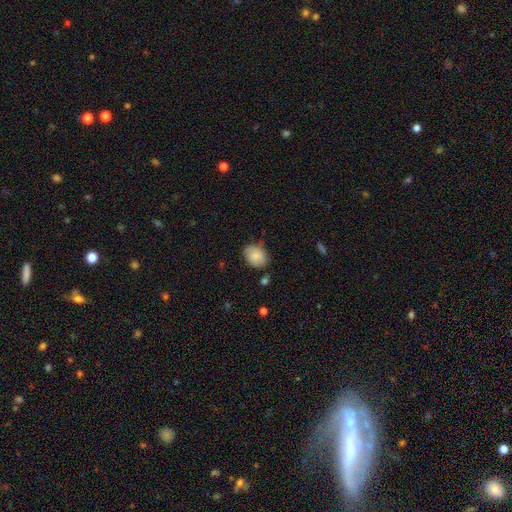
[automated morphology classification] Q: Smooth or featured?
A: smooth (82%); runner-up: featured or disk (11%)
Q: How rounded?
A: in between (54%); runner-up: round (45%)
Q: Merging?
A: none (69%); runner-up: minor disturbance (24%)